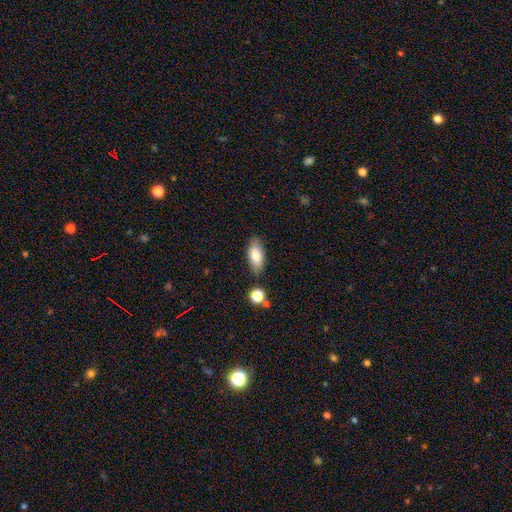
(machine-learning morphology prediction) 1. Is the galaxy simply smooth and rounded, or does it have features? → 82% smooth, 11% featured or disk, 7% star or artifact.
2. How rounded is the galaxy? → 87% in between, 10% cigar-shaped, 3% round.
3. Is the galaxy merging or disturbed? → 79% none, 14% minor disturbance, 4% merger, 3% major disturbance.